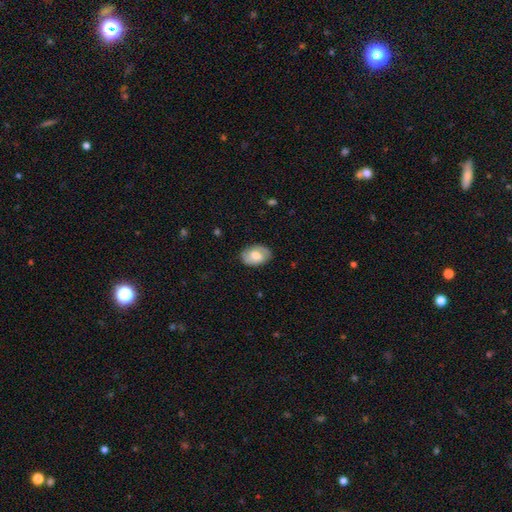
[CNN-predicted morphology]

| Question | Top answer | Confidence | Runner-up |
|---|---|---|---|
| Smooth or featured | smooth | 65% | featured or disk (28%) |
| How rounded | in between | 86% | round (13%) |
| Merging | none | 83% | minor disturbance (13%) |